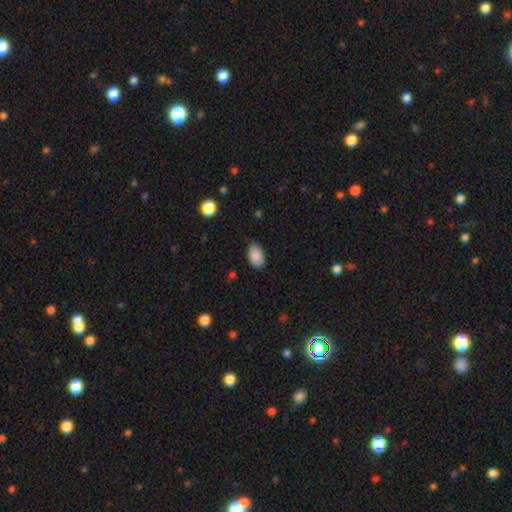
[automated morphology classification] Smooth or featured?
  - smooth: 89% *
  - star or artifact: 7%
  - featured or disk: 4%
How rounded?
  - in between: 93% *
  - round: 5%
  - cigar-shaped: 1%
Merging?
  - none: 84% *
  - minor disturbance: 12%
  - major disturbance: 2%
  - merger: 1%